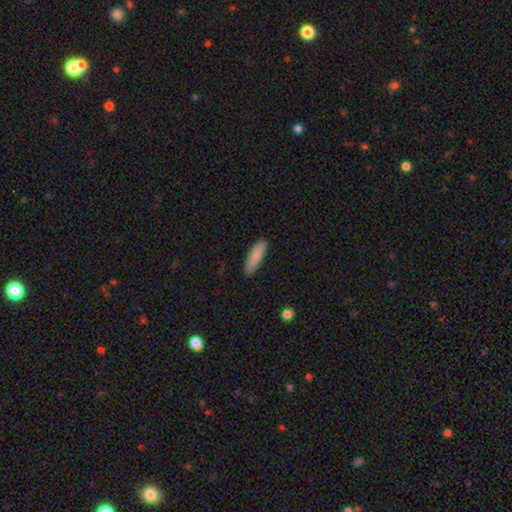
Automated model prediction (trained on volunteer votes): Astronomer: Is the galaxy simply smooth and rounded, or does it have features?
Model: smooth — 86%.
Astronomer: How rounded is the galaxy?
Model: cigar-shaped — 59% (runner-up: in between, 40%).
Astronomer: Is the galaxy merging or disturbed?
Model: none — 84%.